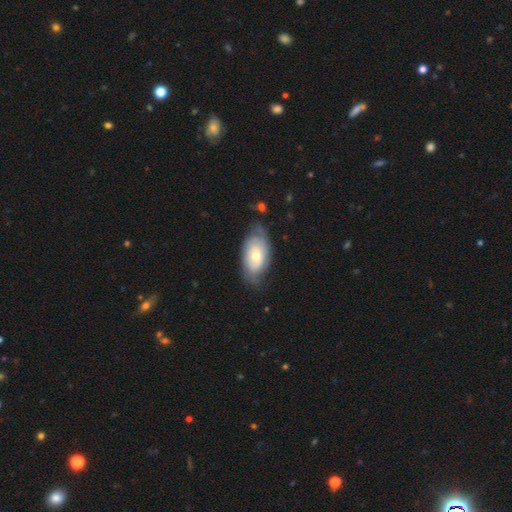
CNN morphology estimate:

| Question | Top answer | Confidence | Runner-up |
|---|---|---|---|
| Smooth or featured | featured or disk | 50% | smooth (44%) |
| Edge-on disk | no | 91% | yes (9%) |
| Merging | none | 57% | minor disturbance (29%) |